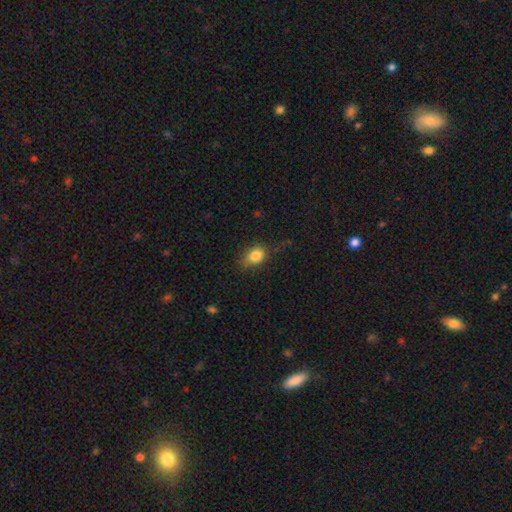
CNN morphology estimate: The model was most divided on "merging": none: 65%, minor disturbance: 26%, major disturbance: 8%, merger: 2%. More confident: smooth or featured — smooth (82%); how rounded — in between (71%).